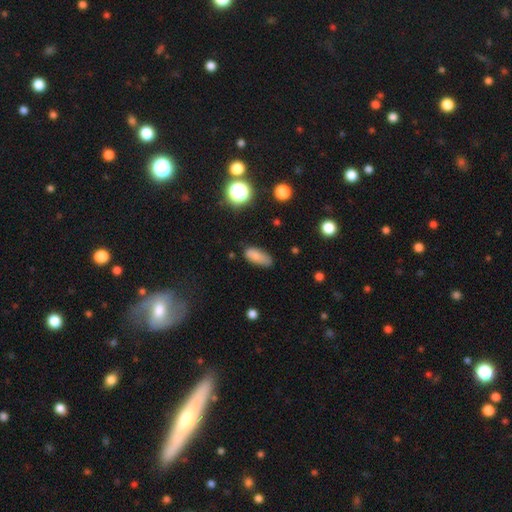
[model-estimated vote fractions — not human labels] Morphology: type=smooth (80%); roundness=in between (81%); merging=none (61%).